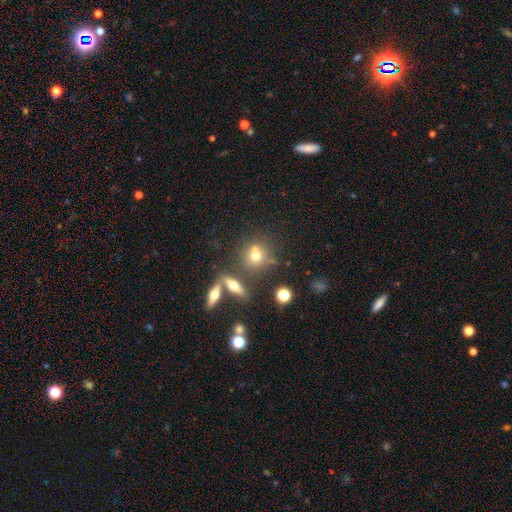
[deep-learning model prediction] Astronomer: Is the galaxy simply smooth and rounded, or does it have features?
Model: smooth — 65%.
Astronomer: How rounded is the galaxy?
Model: round — 77%.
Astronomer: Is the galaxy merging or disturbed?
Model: none — 58%.